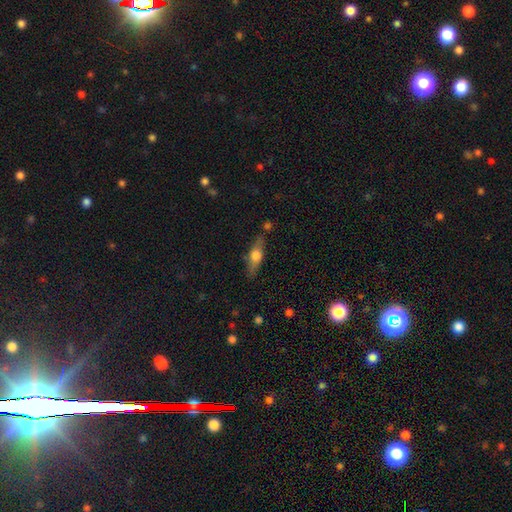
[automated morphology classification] Smooth or featured? Predicted: smooth (p=0.50). How rounded? Predicted: cigar-shaped (p=0.52). Merging? Predicted: none (p=0.78).